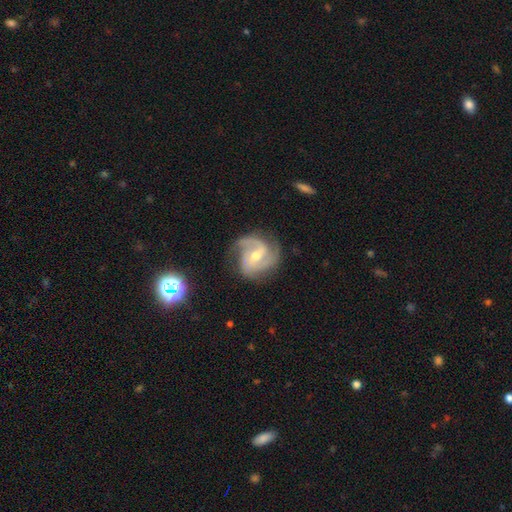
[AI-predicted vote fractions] Smooth or featured? featured or disk (89%)
Edge-on disk? no (98%)
Bar? weak (52%)
Spiral arms? yes (98%)
Spiral winding? medium (51%)
Spiral arm count? 3 (52%)
Bulge size? moderate (63%)
Merging? none (72%)